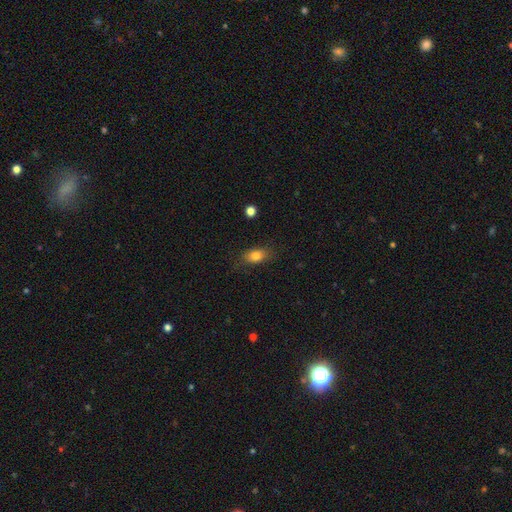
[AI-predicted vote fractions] Q: Smooth or featured?
A: smooth (80%); runner-up: featured or disk (11%)
Q: How rounded?
A: in between (81%); runner-up: round (14%)
Q: Merging?
A: none (78%); runner-up: minor disturbance (16%)